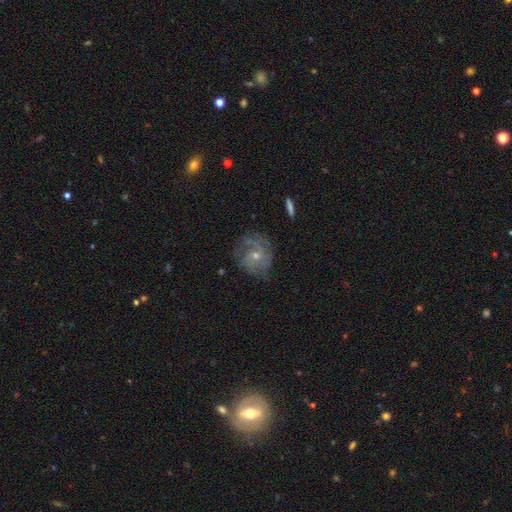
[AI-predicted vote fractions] Smooth or featured? Predicted: featured or disk (p=0.77). Edge-on disk? Predicted: no (p=0.97). Bar? Predicted: no (p=0.69). Spiral arms? Predicted: yes (p=0.93). Spiral winding? Predicted: tight (p=0.50). Spiral arm count? Predicted: 3 (p=0.28). Bulge size? Predicted: small (p=0.54). Merging? Predicted: none (p=0.75).